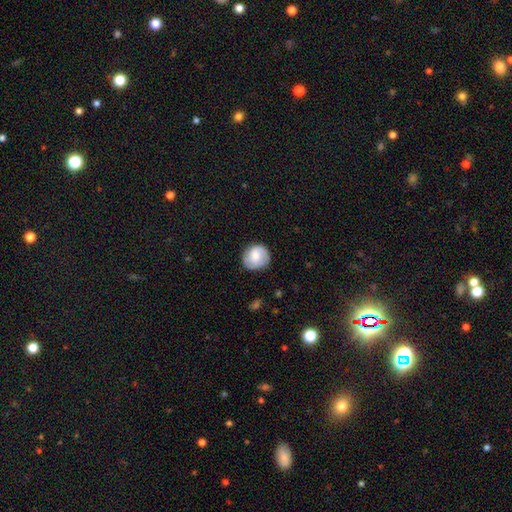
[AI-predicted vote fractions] Smooth or featured?
  - smooth: 58% *
  - featured or disk: 35%
  - star or artifact: 7%
How rounded?
  - round: 84% *
  - in between: 15%
  - cigar-shaped: 1%
Merging?
  - none: 80% *
  - minor disturbance: 15%
  - major disturbance: 4%
  - merger: 1%